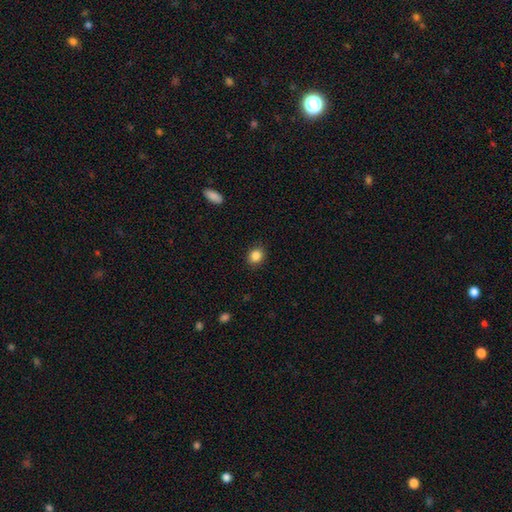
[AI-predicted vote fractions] Smooth or featured?
  - smooth: 86% *
  - star or artifact: 10%
  - featured or disk: 4%
How rounded?
  - round: 66% *
  - in between: 33%
  - cigar-shaped: 1%
Merging?
  - none: 89% *
  - minor disturbance: 8%
  - major disturbance: 2%
  - merger: 1%